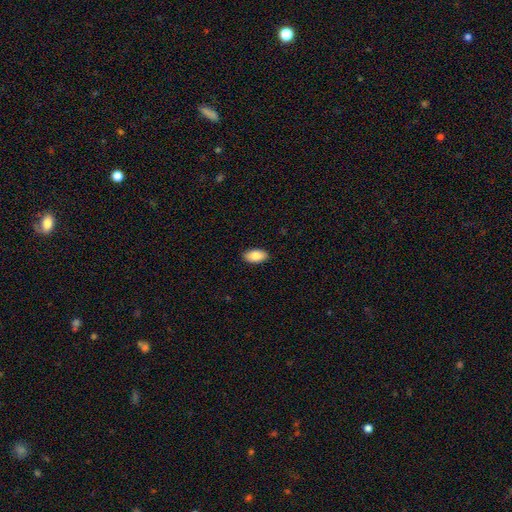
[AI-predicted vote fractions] This appears to be a smooth galaxy with no disk features (87%) that is in between round and cigar-shaped (94%). Merging: none (90%).